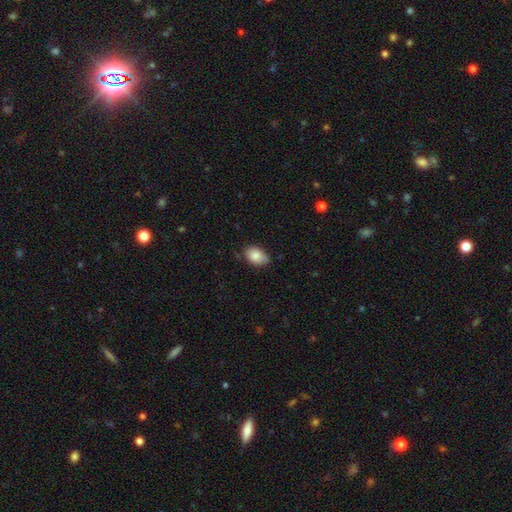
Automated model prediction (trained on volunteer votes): The model was most divided on "merging": none: 67%, minor disturbance: 28%, major disturbance: 4%, merger: 2%. More confident: how rounded — in between (86%); smooth or featured — smooth (85%).